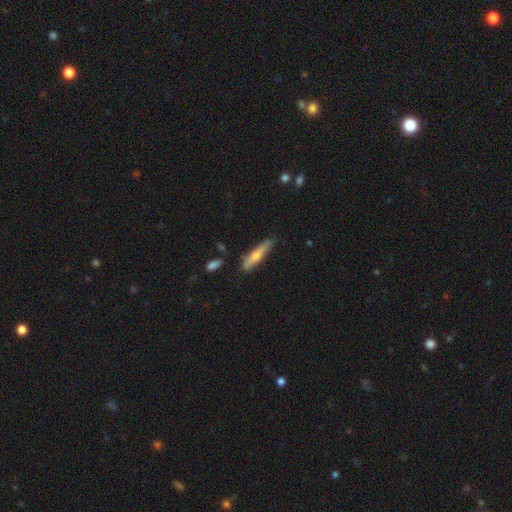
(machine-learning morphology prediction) Q: Smooth or featured?
A: smooth (56%); runner-up: featured or disk (38%)
Q: How rounded?
A: cigar-shaped (85%); runner-up: in between (13%)
Q: Merging?
A: none (72%); runner-up: minor disturbance (21%)